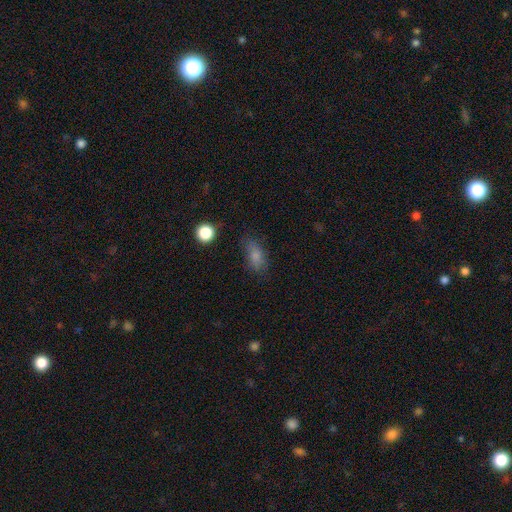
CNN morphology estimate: Q: Smooth or featured?
A: smooth (80%); runner-up: star or artifact (11%)
Q: How rounded?
A: in between (83%); runner-up: cigar-shaped (9%)
Q: Merging?
A: none (66%); runner-up: minor disturbance (23%)